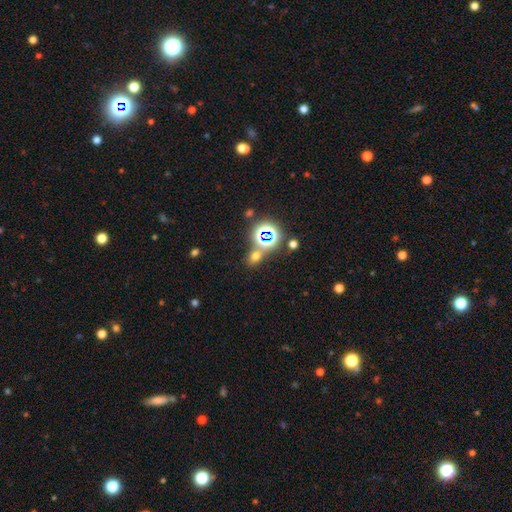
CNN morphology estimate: type=smooth (50%); roundness=round (51%); merging=none (68%).